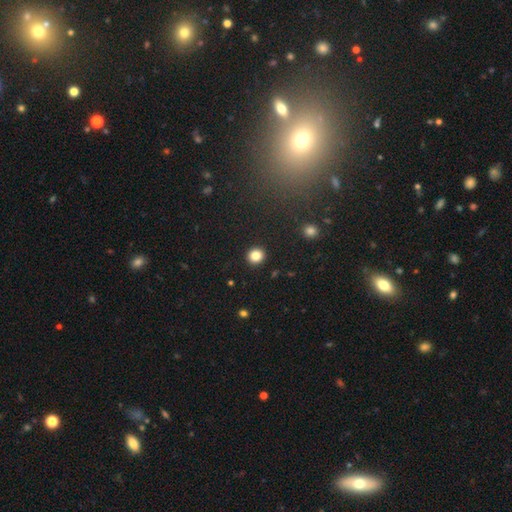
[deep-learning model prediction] Q: Smooth or featured?
A: smooth (84%); runner-up: star or artifact (11%)
Q: How rounded?
A: round (90%); runner-up: in between (9%)
Q: Merging?
A: none (92%); runner-up: minor disturbance (5%)